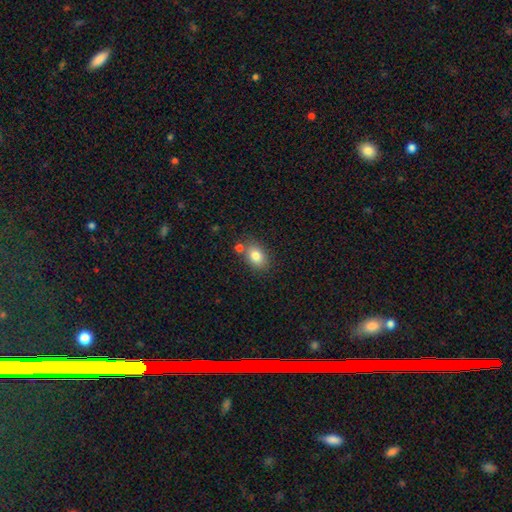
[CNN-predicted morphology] Overall: smooth (81%). How rounded: in between (74%). Merging: none (71%).